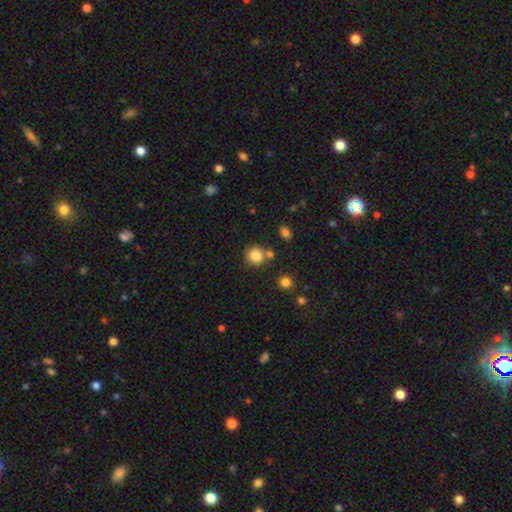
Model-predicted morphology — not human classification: A smooth galaxy with no disk features (84%) that is round (89%). Merging: none (74%).